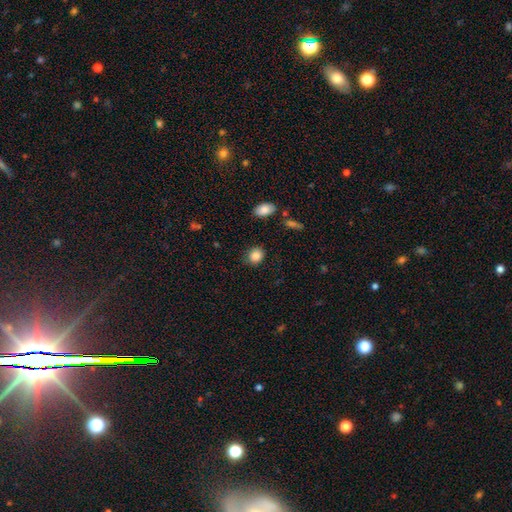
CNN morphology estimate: The model was most divided on "how rounded": round: 63%, in between: 36%, cigar-shaped: 1%. More confident: smooth or featured — smooth (86%); merging — none (85%).